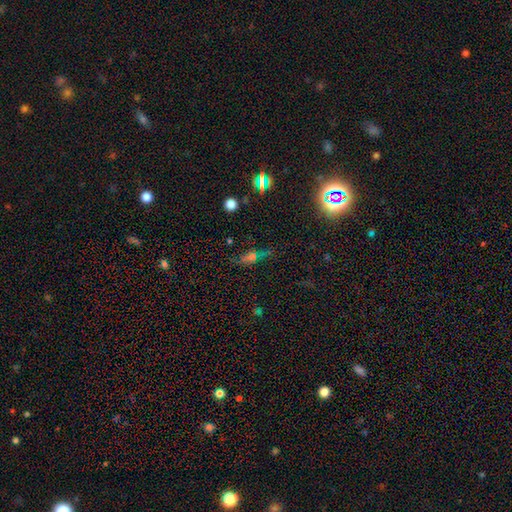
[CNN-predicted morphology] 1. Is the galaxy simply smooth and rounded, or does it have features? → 38% star or artifact, 34% featured or disk, 28% smooth.